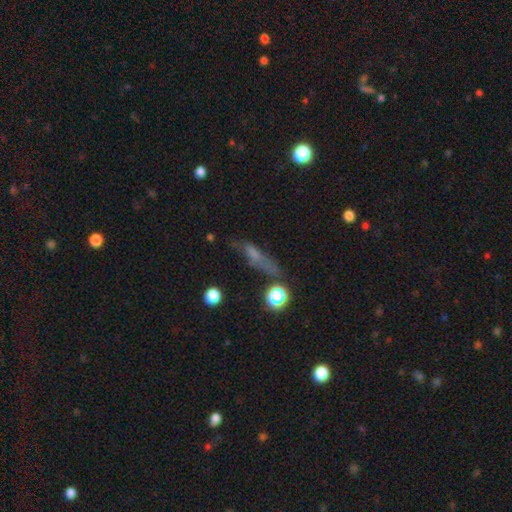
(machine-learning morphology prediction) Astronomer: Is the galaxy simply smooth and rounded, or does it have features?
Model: smooth — 53%.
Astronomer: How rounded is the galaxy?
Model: cigar-shaped — 63%.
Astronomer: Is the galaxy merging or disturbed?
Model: none — 52%.